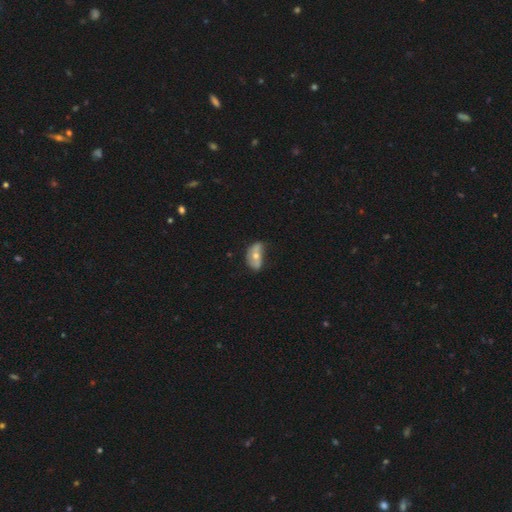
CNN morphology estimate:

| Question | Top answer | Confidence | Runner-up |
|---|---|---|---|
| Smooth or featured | featured or disk | 47% | smooth (45%) |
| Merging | none | 42% | minor disturbance (38%) |